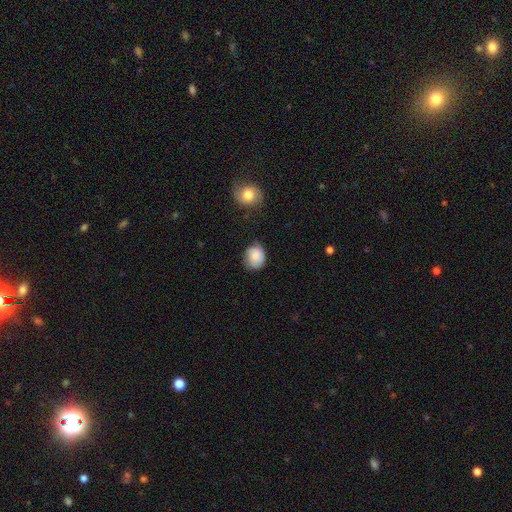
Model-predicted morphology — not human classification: A smooth galaxy with no disk features (74%) that is round (67%). Merging: none (71%).